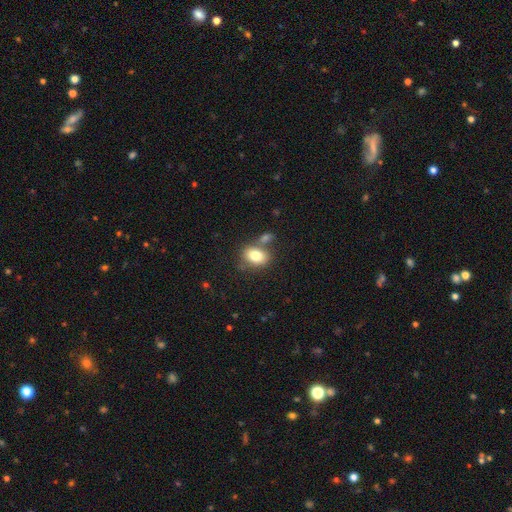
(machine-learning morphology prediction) type=smooth (79%); roundness=in between (71%); merging=none (58%).